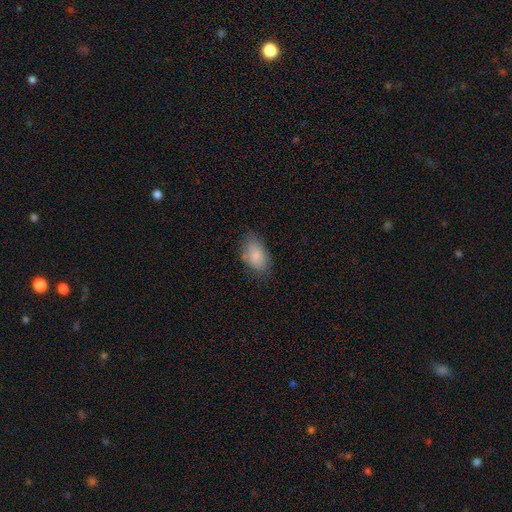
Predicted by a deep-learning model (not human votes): smooth-or-featured: smooth: 83% | featured or disk: 10% | star or artifact: 7%
  how-rounded: in between: 91% | round: 7% | cigar-shaped: 2%
  merging: none: 69% | minor disturbance: 23% | major disturbance: 6% | merger: 2%